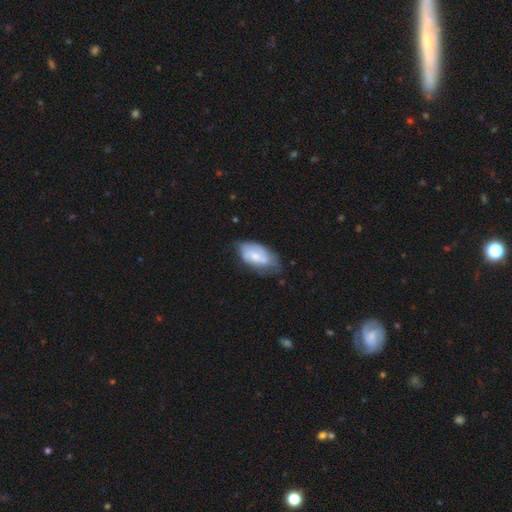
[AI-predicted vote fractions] A smooth galaxy with no disk features (50%).

Vote fractions:
- Smooth or featured? smooth: 50% / featured or disk: 44% / star or artifact: 6%
- Merging? none: 48% / minor disturbance: 35% / major disturbance: 13% / merger: 4%